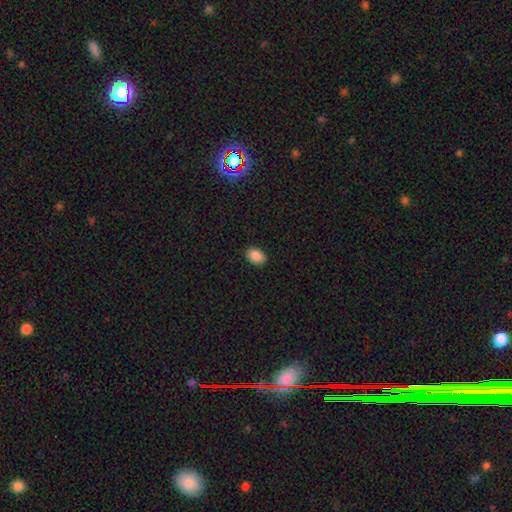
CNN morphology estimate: smooth 89%, star or artifact 8%, featured or disk 3%. Down the decision tree: how rounded — in between (82%); merging — none (89%).